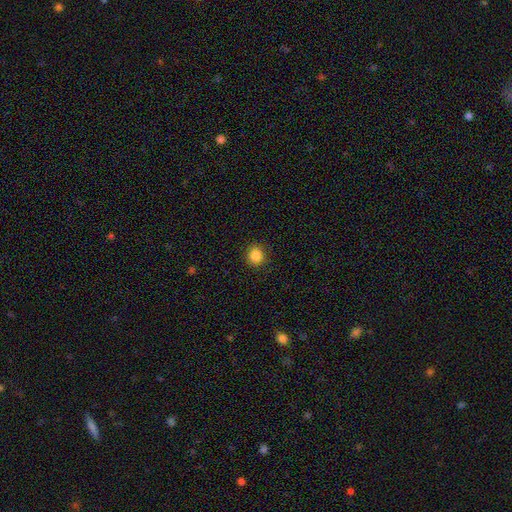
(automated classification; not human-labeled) Smooth or featured? Predicted: smooth (p=0.86). How rounded? Predicted: round (p=0.91). Merging? Predicted: none (p=0.91).